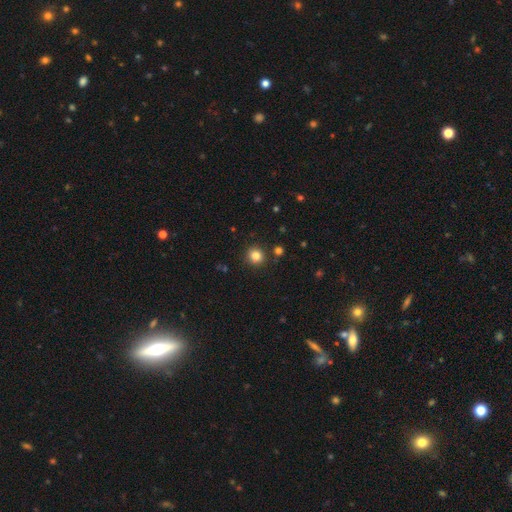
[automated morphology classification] Q: Smooth or featured?
A: smooth (83%); runner-up: star or artifact (12%)
Q: How rounded?
A: round (90%); runner-up: in between (9%)
Q: Merging?
A: none (88%); runner-up: minor disturbance (7%)